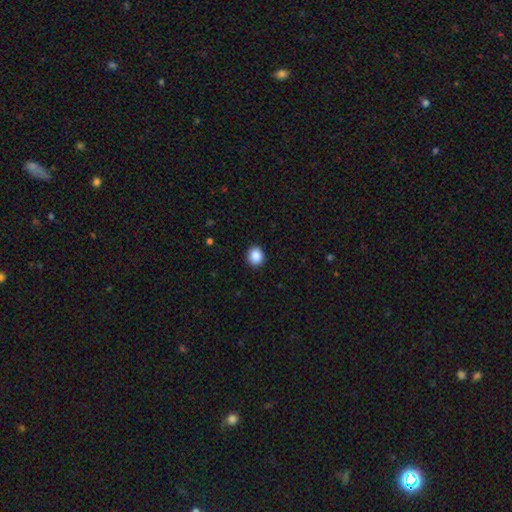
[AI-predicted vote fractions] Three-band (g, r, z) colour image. It shows a smooth galaxy with no disk features (88%) that is round (80%). Merging: none (92%).